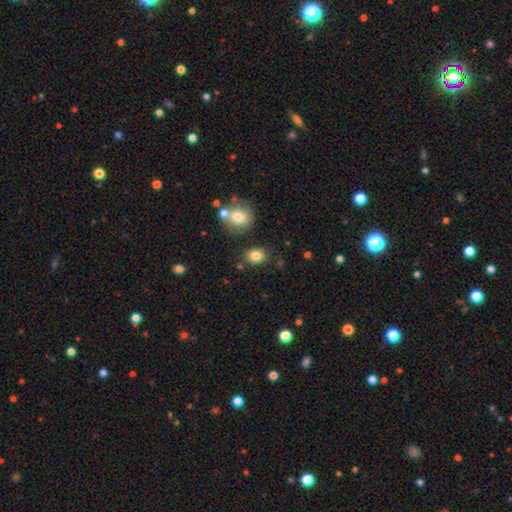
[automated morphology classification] This is clearly a smooth galaxy (82%). How rounded: possibly in between (51%). Merging: likely none (79%).